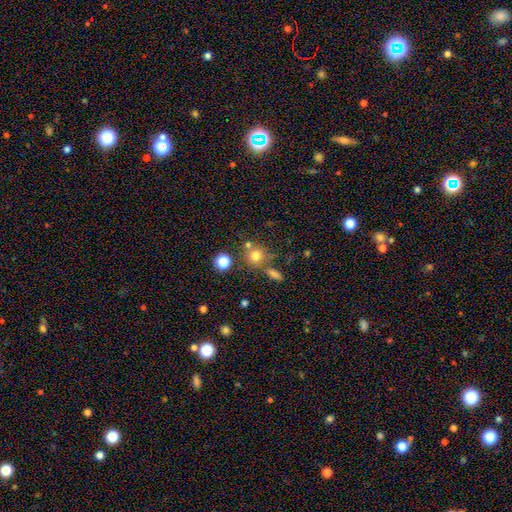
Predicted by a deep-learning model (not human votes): Overall: smooth (74%). How rounded: round (87%). Merging: none (64%).